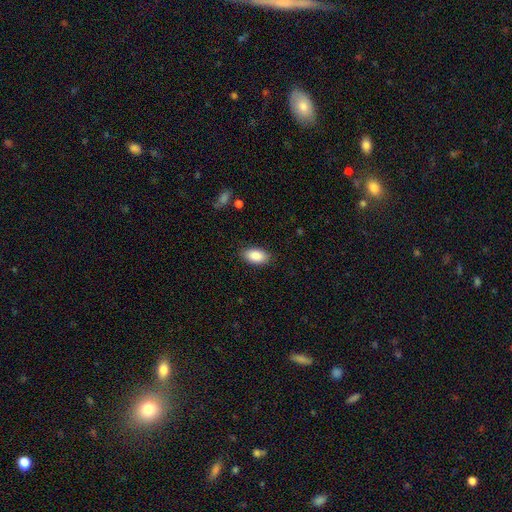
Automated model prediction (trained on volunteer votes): A smooth galaxy with no disk features (89%) that is in between round and cigar-shaped (94%).

Vote fractions:
- Smooth or featured? smooth: 89% / star or artifact: 7% / featured or disk: 4%
- How rounded? in between: 94% / round: 4% / cigar-shaped: 2%
- Merging? none: 86% / minor disturbance: 10% / major disturbance: 3% / merger: 1%